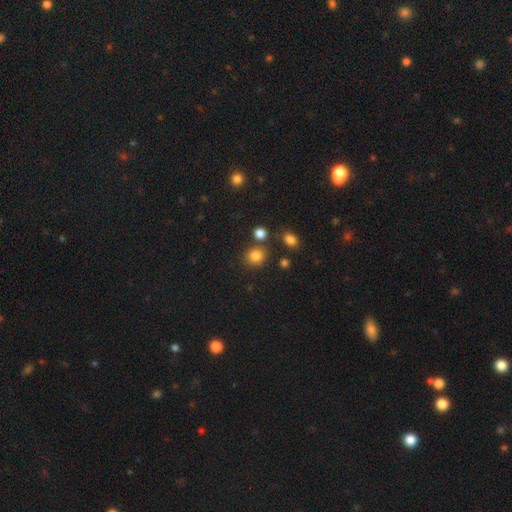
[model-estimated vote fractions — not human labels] A smooth galaxy with no disk features (82%) that is round (83%).

Vote fractions:
- Smooth or featured? smooth: 82% / star or artifact: 13% / featured or disk: 5%
- How rounded? round: 83% / in between: 16% / cigar-shaped: 1%
- Merging? none: 78% / merger: 10% / minor disturbance: 9% / major disturbance: 3%